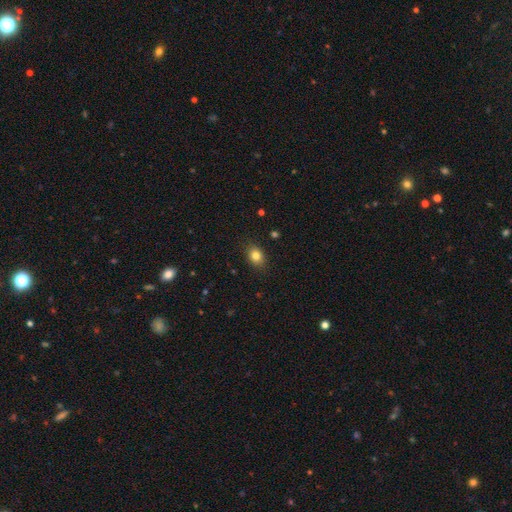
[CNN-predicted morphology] A smooth galaxy with no disk features (83%) that is in between round and cigar-shaped (67%). Merging: none (87%).